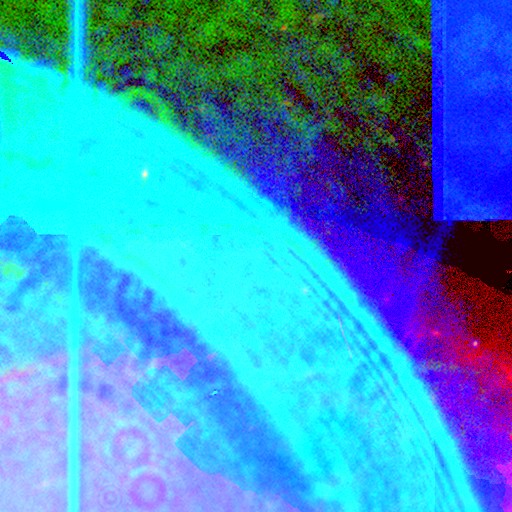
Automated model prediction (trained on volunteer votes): Q: Smooth or featured?
A: star or artifact (83%); runner-up: featured or disk (10%)